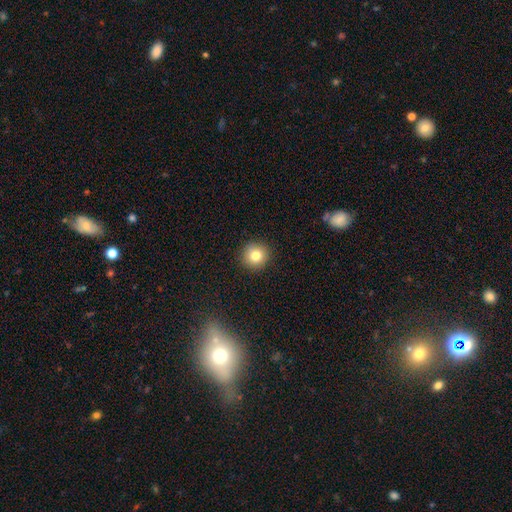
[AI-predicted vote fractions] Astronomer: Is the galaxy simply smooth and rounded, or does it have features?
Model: smooth — 80%.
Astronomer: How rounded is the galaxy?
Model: round — 94%.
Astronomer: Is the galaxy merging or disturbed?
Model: none — 92%.